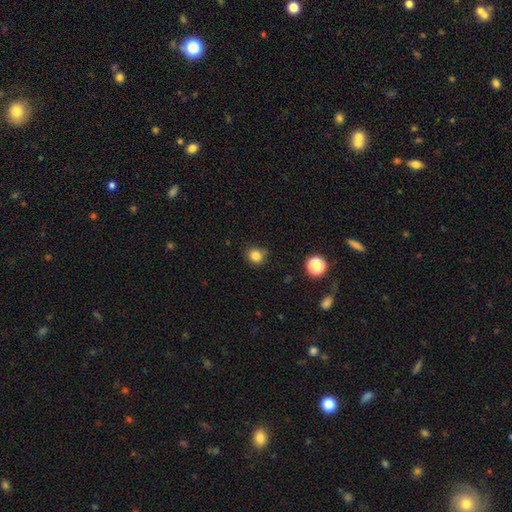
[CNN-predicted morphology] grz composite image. It shows a smooth galaxy with no disk features (82%) that is round (81%). Merging: none (77%).